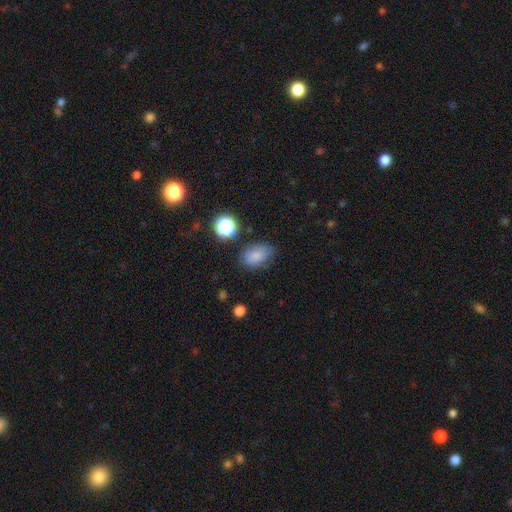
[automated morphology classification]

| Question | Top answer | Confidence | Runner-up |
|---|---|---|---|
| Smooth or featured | smooth | 81% | star or artifact (12%) |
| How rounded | in between | 82% | round (16%) |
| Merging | none | 72% | minor disturbance (19%) |